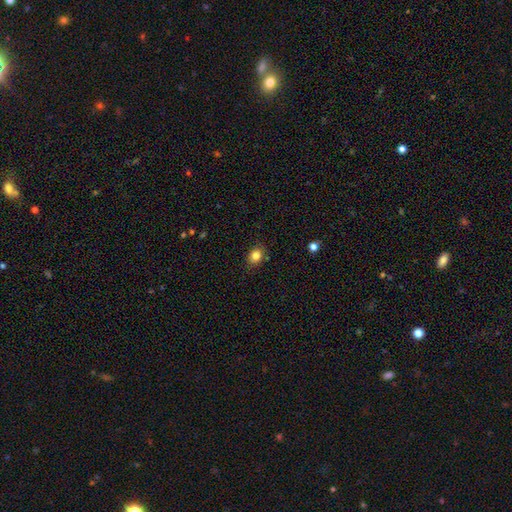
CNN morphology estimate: smooth-or-featured: smooth: 83% | star or artifact: 11% | featured or disk: 6%
  how-rounded: in between: 52% | round: 47% | cigar-shaped: 1%
  merging: none: 84% | minor disturbance: 12% | major disturbance: 3% | merger: 2%